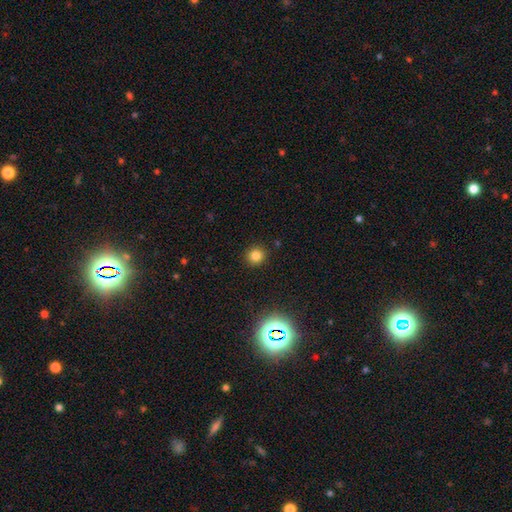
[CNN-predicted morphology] smooth_or_featured: smooth (p=0.80) [alt: star or artifact p=0.14]
how_rounded: round (p=0.90) [alt: in between p=0.09]
merging: none (p=0.91) [alt: minor disturbance p=0.06]